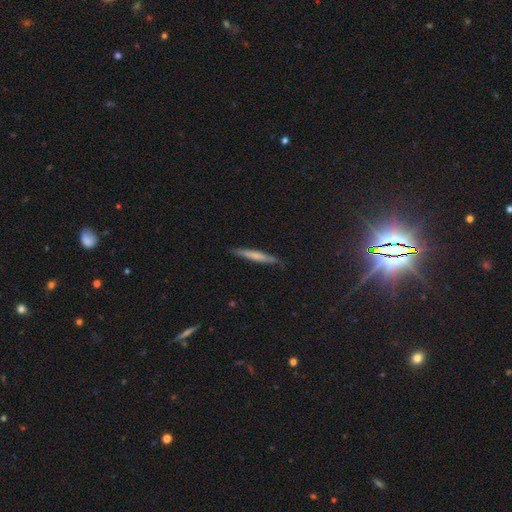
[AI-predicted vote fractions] Q: Smooth or featured?
A: smooth (59%); runner-up: featured or disk (34%)
Q: How rounded?
A: cigar-shaped (95%); runner-up: in between (4%)
Q: Merging?
A: none (85%); runner-up: minor disturbance (12%)